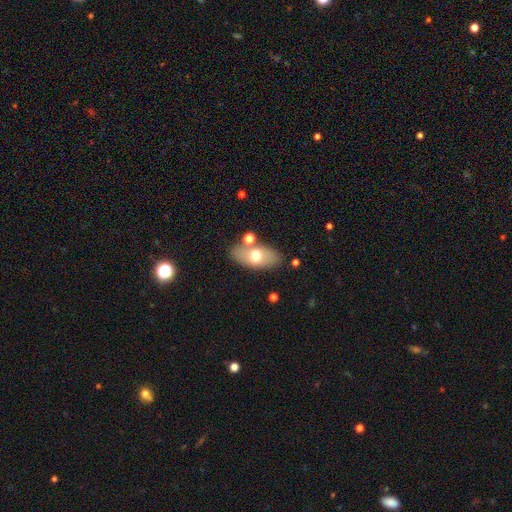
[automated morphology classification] Overall: smooth (64%; featured or disk 28%). How rounded: in between (90%). Merging: none (75%).